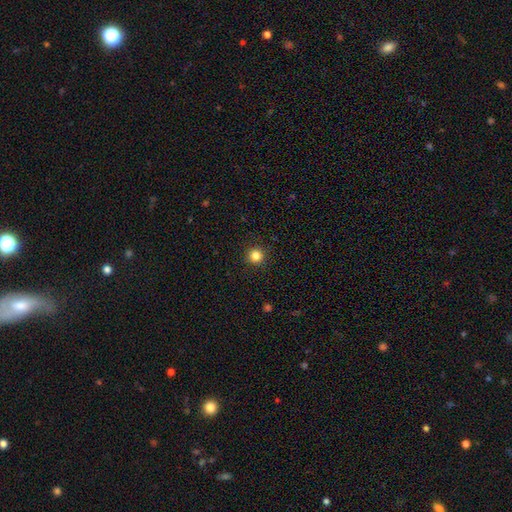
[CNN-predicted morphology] smooth-or-featured: smooth: 83% | star or artifact: 12% | featured or disk: 4%
  how-rounded: round: 95% | in between: 4% | cigar-shaped: 1%
  merging: none: 93% | minor disturbance: 5% | major disturbance: 2% | merger: 1%